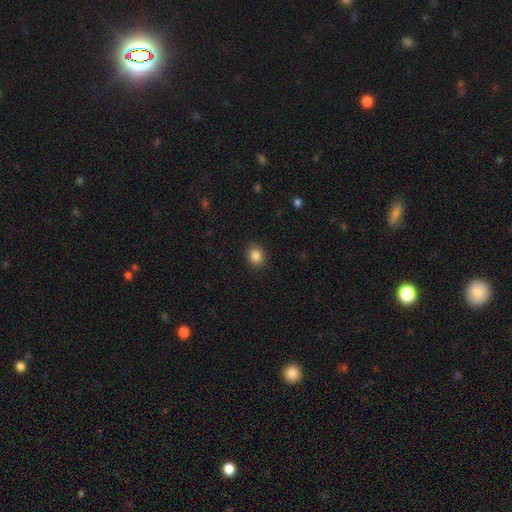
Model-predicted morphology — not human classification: Overall: smooth (86%). How rounded: round (55%; in between 44%). Merging: none (90%).